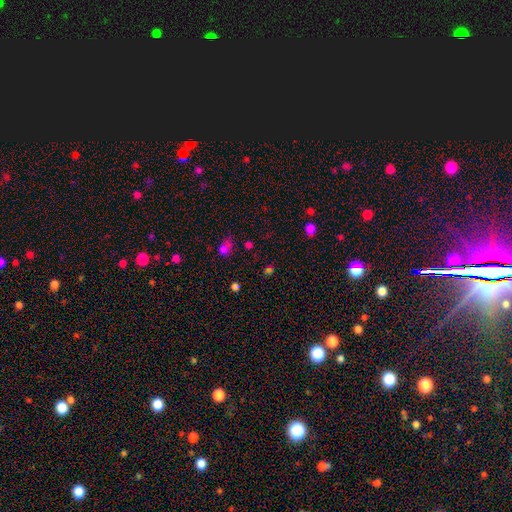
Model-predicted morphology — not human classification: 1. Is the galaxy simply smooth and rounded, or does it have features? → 61% smooth, 32% star or artifact, 8% featured or disk.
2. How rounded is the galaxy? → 58% round, 39% in between, 3% cigar-shaped.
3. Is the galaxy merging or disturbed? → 67% none, 16% minor disturbance, 9% major disturbance, 8% merger.